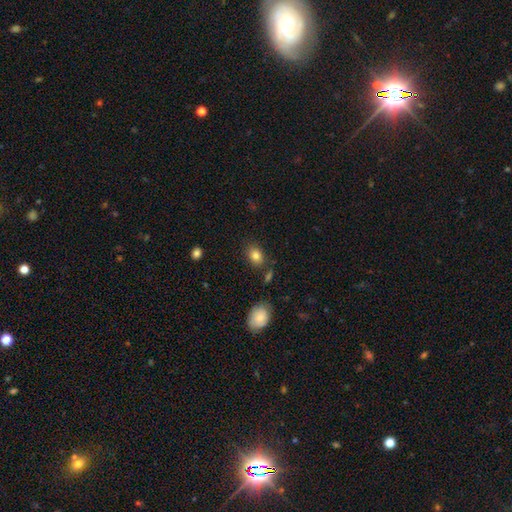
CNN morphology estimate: This is clearly a smooth galaxy (83%). How rounded: likely in between (69%). Merging: likely none (78%).